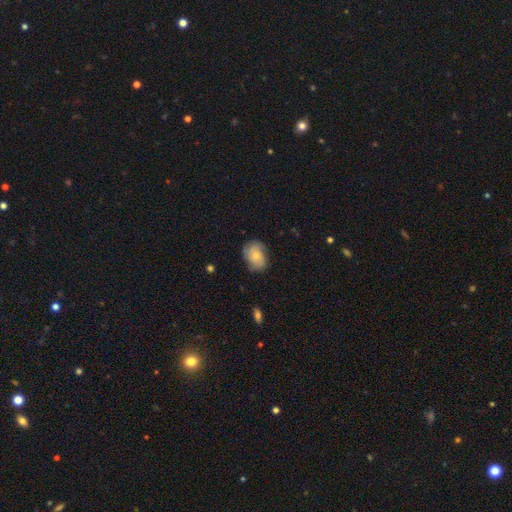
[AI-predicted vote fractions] Morphology: type=smooth (52%); roundness=in between (67%); merging=none (69%).